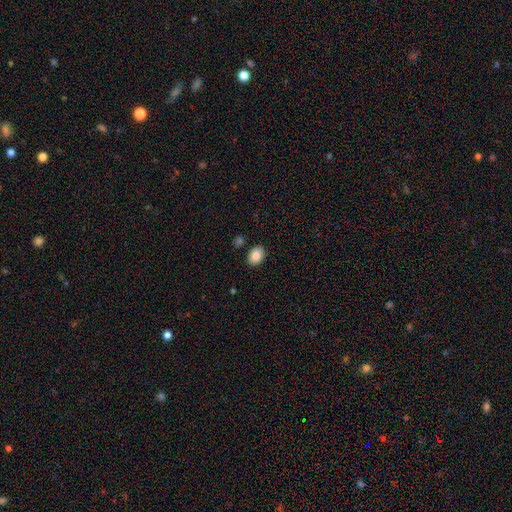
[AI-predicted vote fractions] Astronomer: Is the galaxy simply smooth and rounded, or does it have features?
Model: smooth — 86%.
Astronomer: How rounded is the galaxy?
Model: in between — 76%.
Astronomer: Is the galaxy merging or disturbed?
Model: none — 87%.